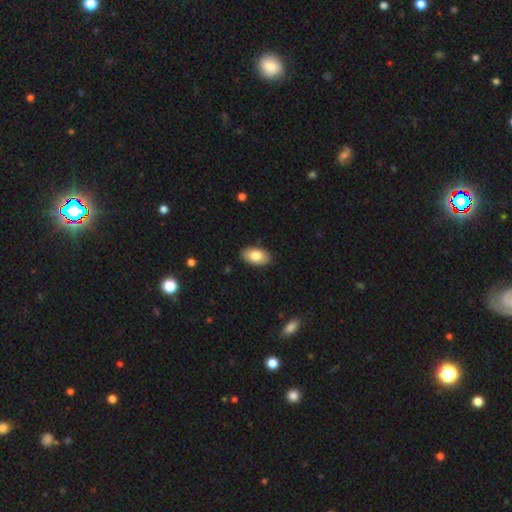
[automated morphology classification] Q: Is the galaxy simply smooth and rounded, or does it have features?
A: smooth — 82%.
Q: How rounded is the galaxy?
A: in between — 94%.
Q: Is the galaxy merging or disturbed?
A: none — 88%.